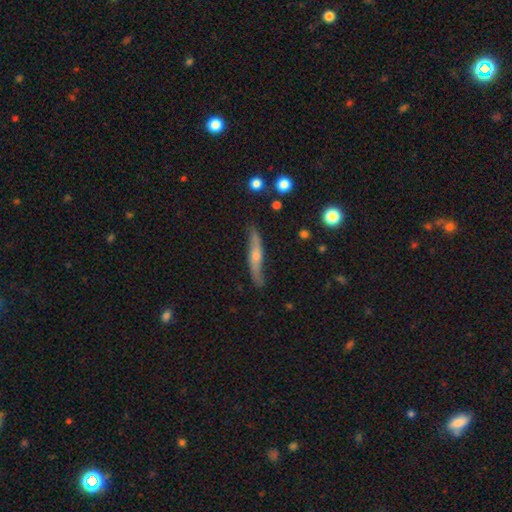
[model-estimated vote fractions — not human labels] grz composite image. It shows a featured or disk galaxy (69%) viewed edge-on (71%). Merging: none (79%).